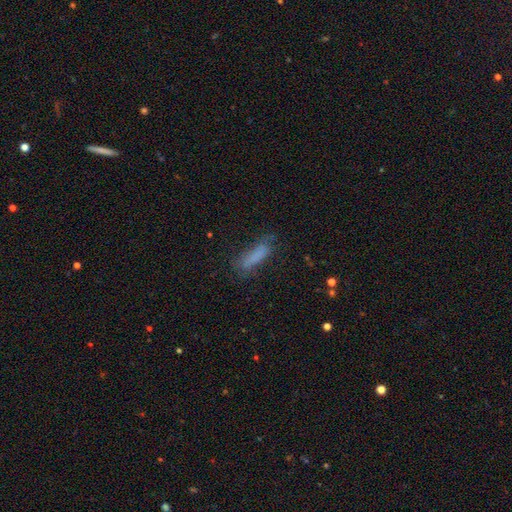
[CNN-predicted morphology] Overall: smooth (75%). How rounded: cigar-shaped (63%; in between 35%). Merging: none (63%; minor disturbance 23%).